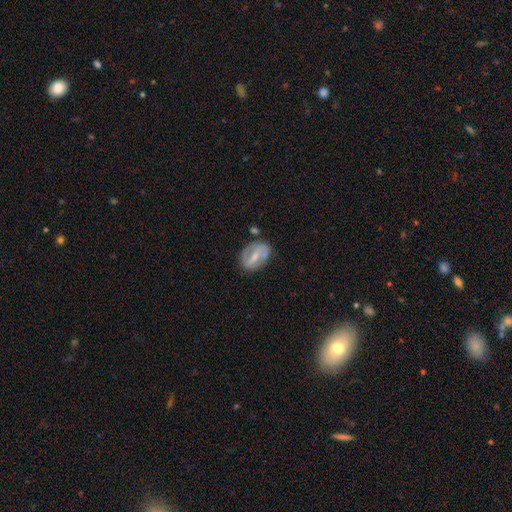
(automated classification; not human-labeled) Smooth or featured: featured or disk — 53% (smooth — 40%)
Edge-on disk: no — 93% (yes — 7%)
Merging: none — 65% (minor disturbance — 20%)